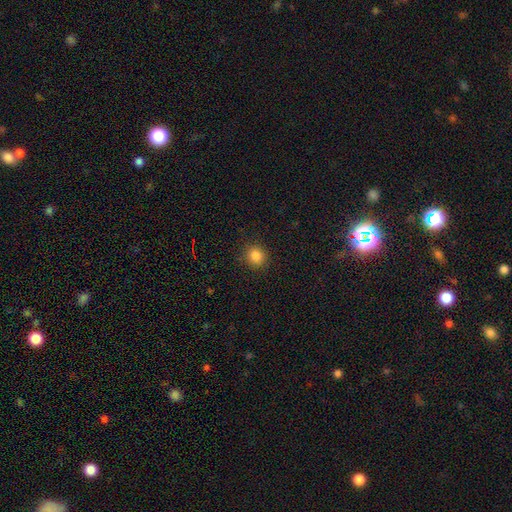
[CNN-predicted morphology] Overall: smooth (84%). How rounded: round (89%). Merging: none (90%).